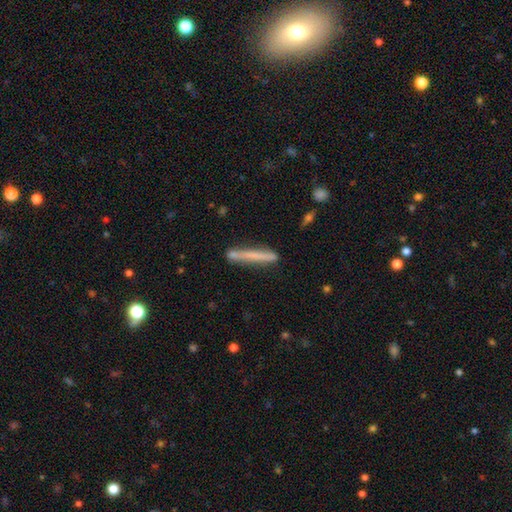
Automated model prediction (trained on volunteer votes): A smooth galaxy with no disk features (61%) that is cigar-shaped (96%).

Vote fractions:
- Smooth or featured? smooth: 61% / featured or disk: 33% / star or artifact: 6%
- How rounded? cigar-shaped: 96% / in between: 2% / round: 1%
- Merging? none: 80% / minor disturbance: 13% / merger: 4% / major disturbance: 3%